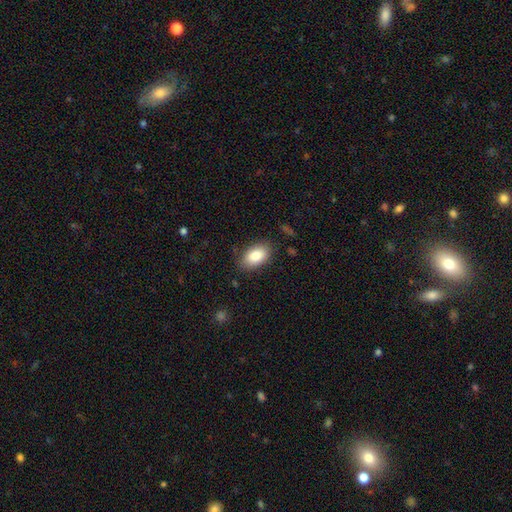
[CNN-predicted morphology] Smooth or featured: smooth — 86% (featured or disk — 7%)
How rounded: in between — 93% (round — 5%)
Merging: none — 83% (minor disturbance — 12%)